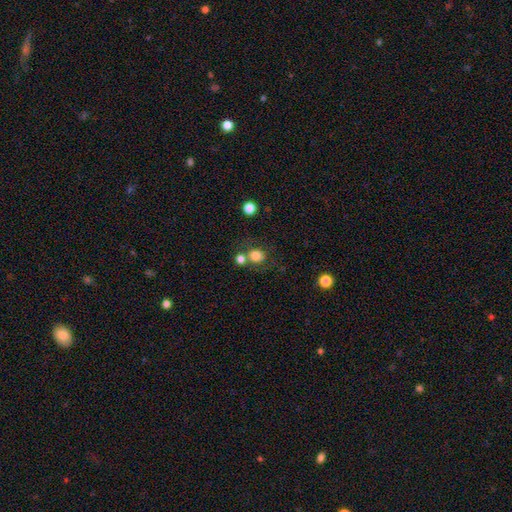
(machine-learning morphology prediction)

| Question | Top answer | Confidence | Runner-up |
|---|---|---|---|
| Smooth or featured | smooth | 79% | star or artifact (12%) |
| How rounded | round | 75% | in between (24%) |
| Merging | none | 61% | merger (22%) |